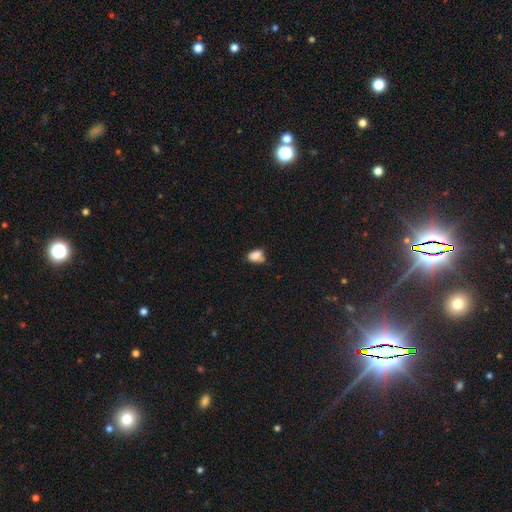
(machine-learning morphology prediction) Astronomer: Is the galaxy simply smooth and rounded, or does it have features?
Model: smooth — 80%.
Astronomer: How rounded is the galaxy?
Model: in between — 79%.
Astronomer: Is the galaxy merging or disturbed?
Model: none — 46% (runner-up: minor disturbance, 33%).